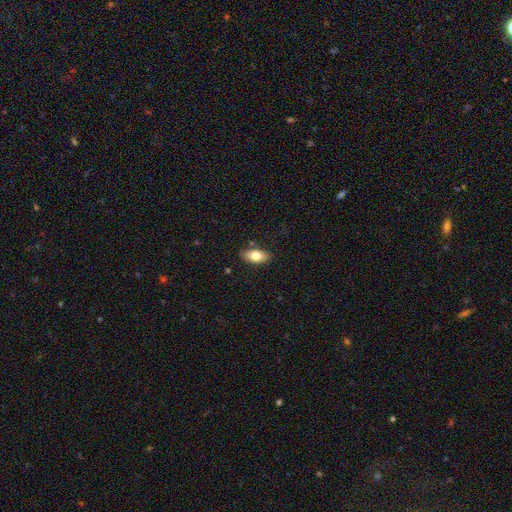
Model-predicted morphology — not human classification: Smooth or featured? smooth (76%)
How rounded? in between (87%)
Merging? none (84%)